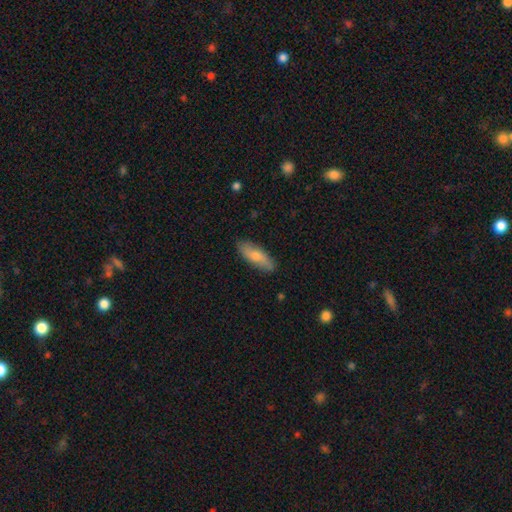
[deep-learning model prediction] Q: Smooth or featured?
A: smooth (65%); runner-up: featured or disk (29%)
Q: How rounded?
A: in between (53%); runner-up: cigar-shaped (45%)
Q: Merging?
A: none (85%); runner-up: minor disturbance (12%)